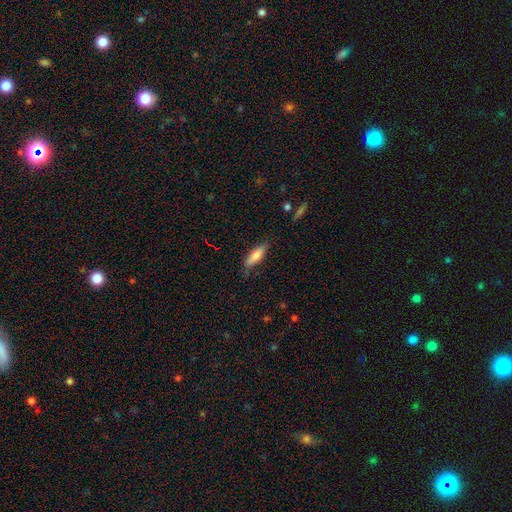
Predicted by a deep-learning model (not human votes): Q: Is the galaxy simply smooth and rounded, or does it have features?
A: smooth — 75%.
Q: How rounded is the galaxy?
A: in between — 50%.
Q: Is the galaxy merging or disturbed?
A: none — 76%.